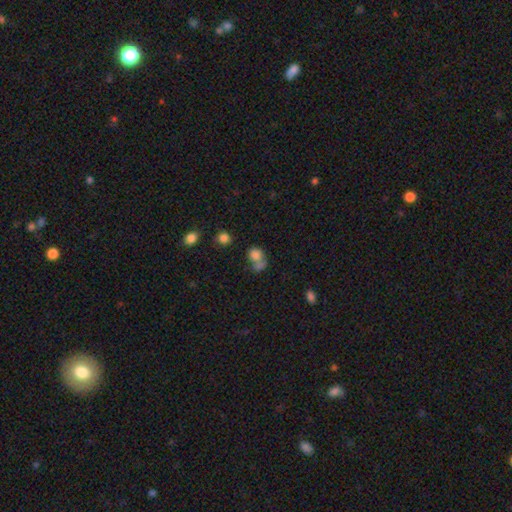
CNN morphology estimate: smooth-or-featured: smooth: 77% | star or artifact: 12% | featured or disk: 11%
  how-rounded: round: 63% | in between: 36% | cigar-shaped: 1%
  merging: merger: 45% | none: 33% | minor disturbance: 12% | major disturbance: 9%